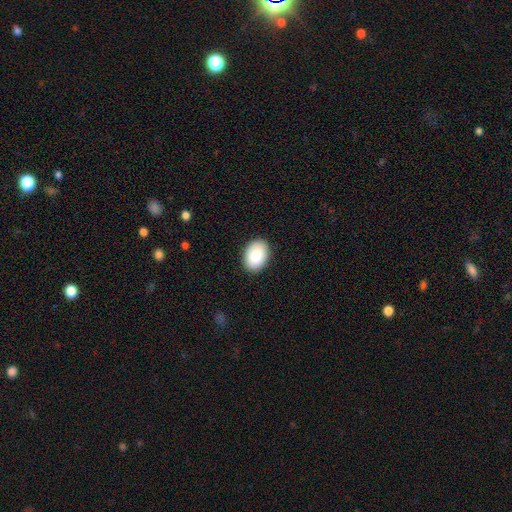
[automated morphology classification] smooth 88%, star or artifact 6%, featured or disk 6%. Down the decision tree: how rounded — in between (83%); merging — none (89%).